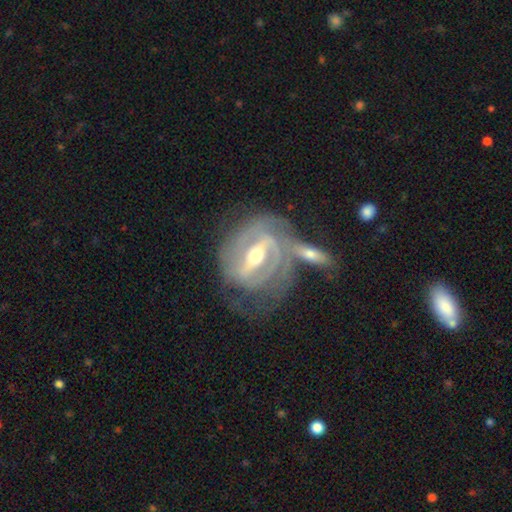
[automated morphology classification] A featured or disk galaxy (88%) with a strong bar (70%), 2 (62%) tight (58%) spiral arms (90%) and a moderate central bulge (70%).

Vote fractions:
- Smooth or featured? featured or disk: 88% / smooth: 7% / star or artifact: 4%
- Edge-on disk? no: 93% / yes: 7%
- Bar? strong: 70% / weak: 23% / no: 6%
- Spiral arms? yes: 90% / no: 10%
- Spiral winding? tight: 58% / medium: 33% / loose: 9%
- Spiral arm count? 2: 62% / can't tell: 17% / 3: 11% / 1: 5% / 4: 3% / more than 4: 2%
- Bulge size? moderate: 70% / small: 22% / large: 6% / none: 1% / dominant: 1%
- Merging? none: 42% / merger: 30% / minor disturbance: 16% / major disturbance: 12%